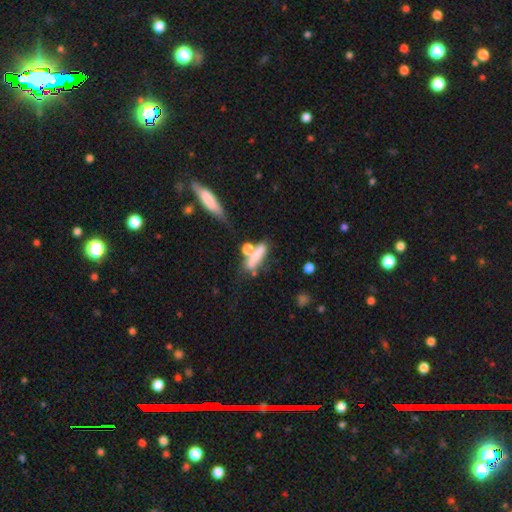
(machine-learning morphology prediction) type=smooth (59%); roundness=in between (50%); merging=merger (40%).